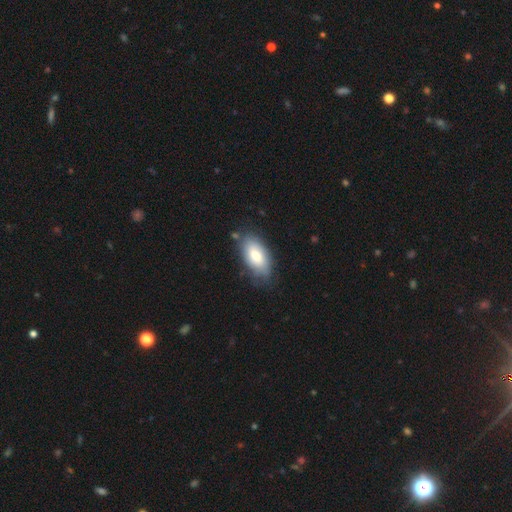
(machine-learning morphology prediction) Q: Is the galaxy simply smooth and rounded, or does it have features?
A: smooth — 72%.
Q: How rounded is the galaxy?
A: in between — 93%.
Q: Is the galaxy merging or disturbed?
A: none — 71%.